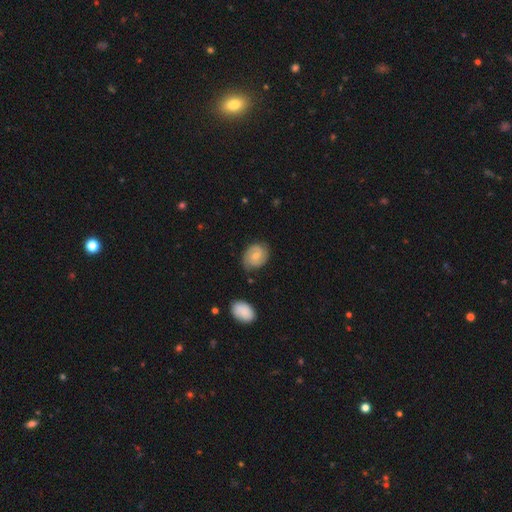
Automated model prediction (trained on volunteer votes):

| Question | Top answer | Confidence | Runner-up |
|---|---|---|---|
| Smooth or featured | featured or disk | 56% | smooth (37%) |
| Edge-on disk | no | 97% | yes (3%) |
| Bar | no | 53% | weak (41%) |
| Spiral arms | yes | 88% | no (12%) |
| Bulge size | small | 49% | moderate (45%) |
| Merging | none | 75% | minor disturbance (18%) |